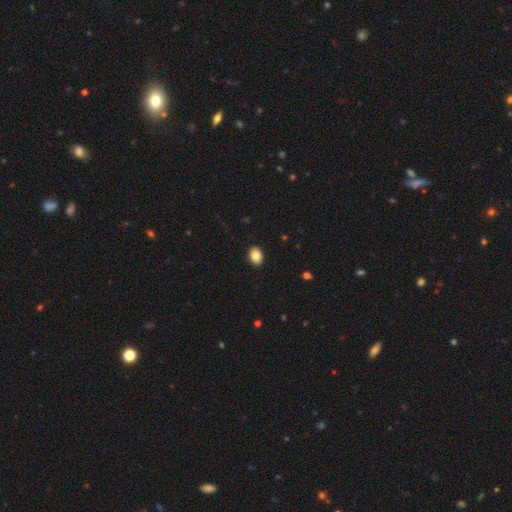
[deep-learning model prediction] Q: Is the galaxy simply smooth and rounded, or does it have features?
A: smooth — 86%.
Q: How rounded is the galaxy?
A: in between — 67%.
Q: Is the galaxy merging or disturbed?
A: none — 92%.